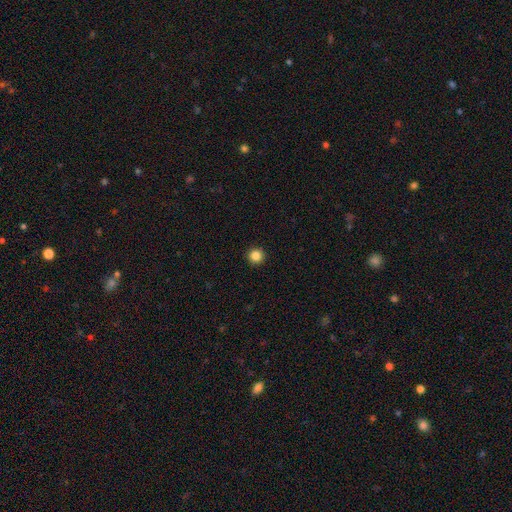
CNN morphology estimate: A smooth galaxy with no disk features (85%) that is round (96%). Merging: none (94%).